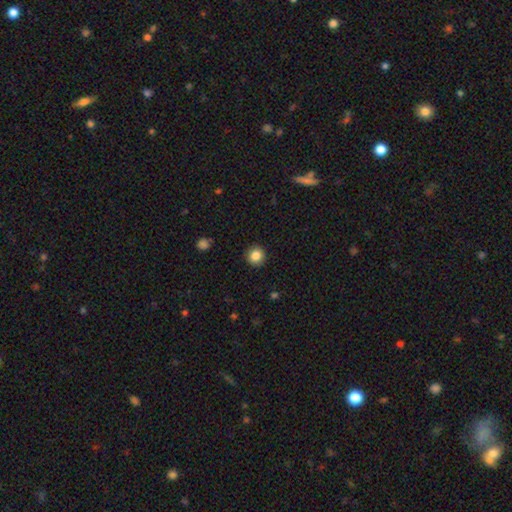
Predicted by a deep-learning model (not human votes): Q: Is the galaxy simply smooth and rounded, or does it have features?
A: smooth — 86%.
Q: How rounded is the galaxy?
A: round — 93%.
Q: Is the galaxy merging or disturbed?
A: none — 92%.